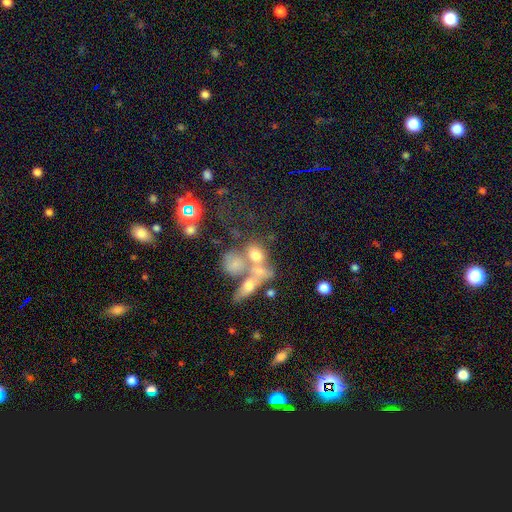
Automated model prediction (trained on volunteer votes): This appears to be a smooth galaxy with no disk features (57%) that is in between round and cigar-shaped (58%). Merging: merger (54%).